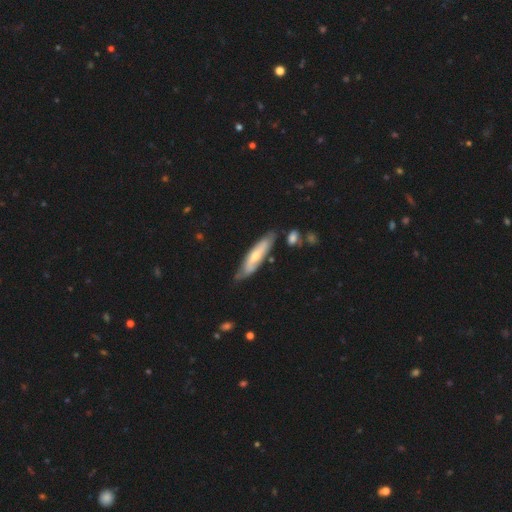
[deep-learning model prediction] featured or disk 55%, smooth 40%, star or artifact 5%. Down the decision tree: edge-on disk — no (61%); merging — none (68%).